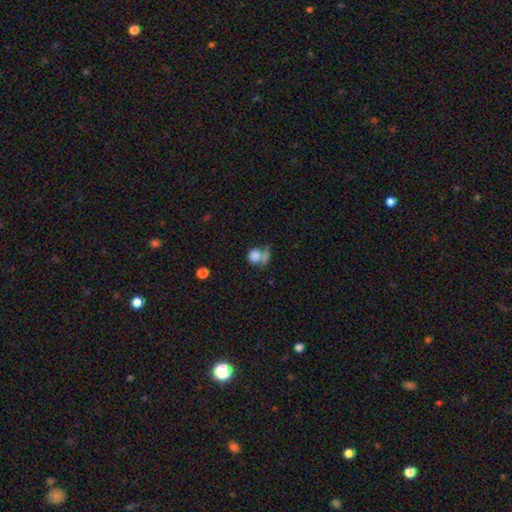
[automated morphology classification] smooth-or-featured: smooth: 80% | star or artifact: 10% | featured or disk: 10%
  how-rounded: round: 76% | in between: 22% | cigar-shaped: 2%
  merging: merger: 40% | none: 38% | minor disturbance: 12% | major disturbance: 10%